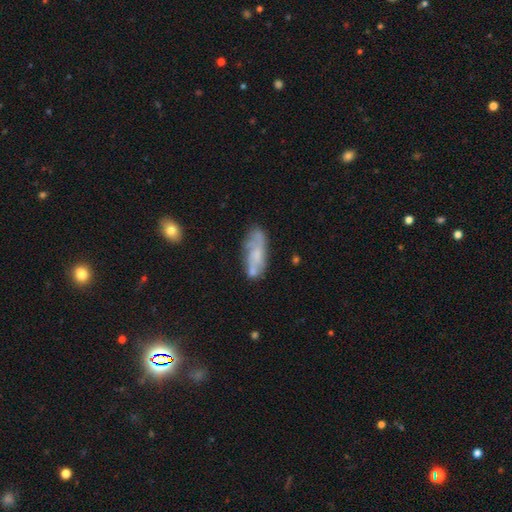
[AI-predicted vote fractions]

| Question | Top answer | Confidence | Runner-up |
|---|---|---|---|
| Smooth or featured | featured or disk | 50% | smooth (41%) |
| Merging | none | 56% | minor disturbance (24%) |